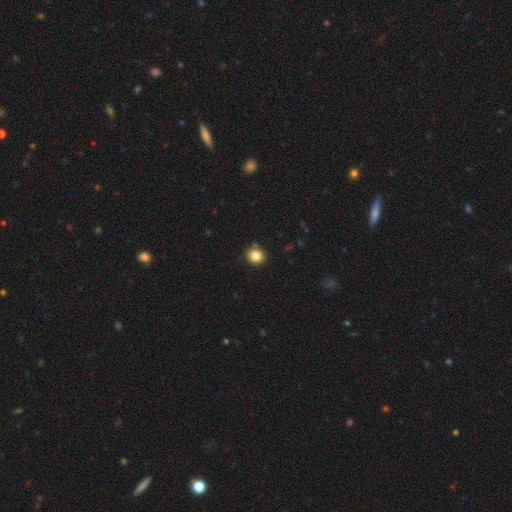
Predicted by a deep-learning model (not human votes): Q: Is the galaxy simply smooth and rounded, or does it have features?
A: smooth — 84%.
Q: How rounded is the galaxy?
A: round — 82%.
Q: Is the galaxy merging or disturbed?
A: none — 86%.